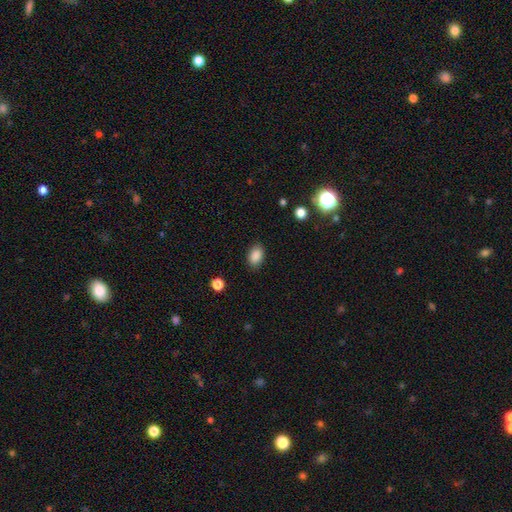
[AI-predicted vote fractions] A smooth galaxy with no disk features (88%) that is in between round and cigar-shaped (84%). Merging: none (86%).